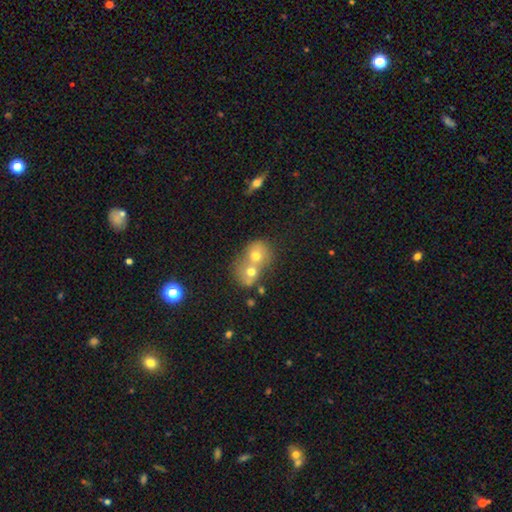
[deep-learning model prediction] This appears to be a smooth galaxy with no disk features (63%) that is round (67%). Merging: merger (72%).